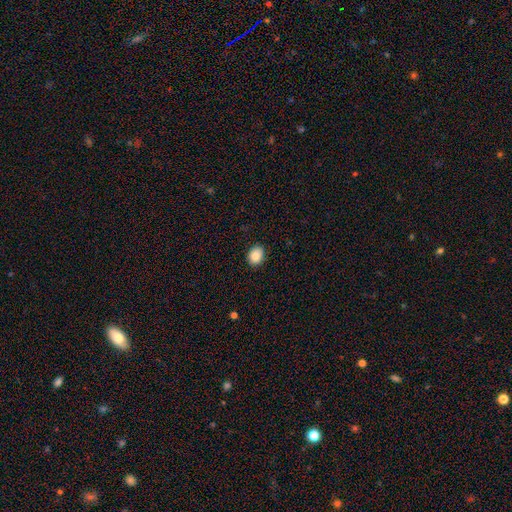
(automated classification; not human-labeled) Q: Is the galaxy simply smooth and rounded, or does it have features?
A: smooth — 87%.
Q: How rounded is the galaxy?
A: round — 53%.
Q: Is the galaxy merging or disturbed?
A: none — 90%.